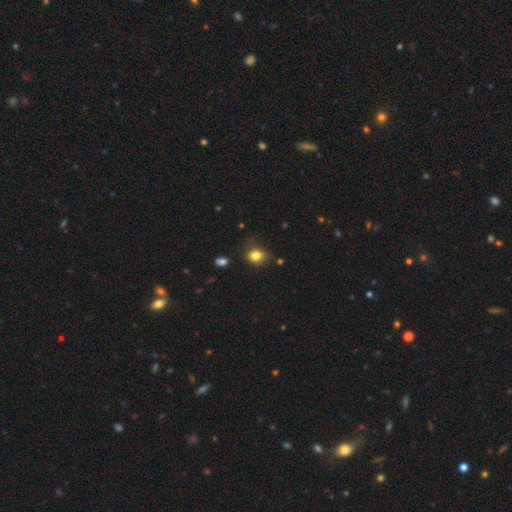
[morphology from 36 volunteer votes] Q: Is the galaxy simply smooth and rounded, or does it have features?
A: smooth — 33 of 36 (92%).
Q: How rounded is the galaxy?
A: in between — 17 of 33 (52%).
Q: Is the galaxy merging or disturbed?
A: none — 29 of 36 (81%).